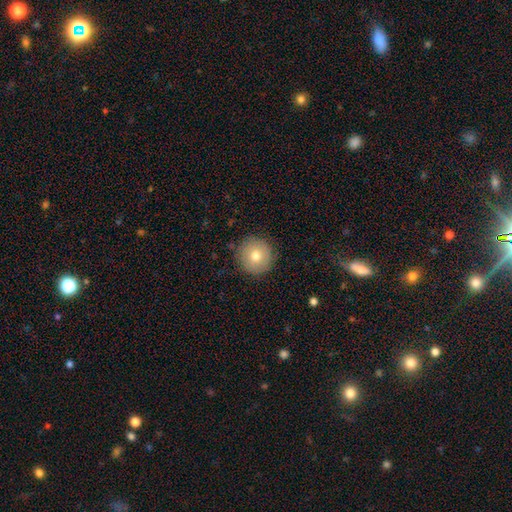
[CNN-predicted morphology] Smooth or featured?
  - smooth: 74% *
  - featured or disk: 16%
  - star or artifact: 10%
How rounded?
  - round: 95% *
  - in between: 4%
  - cigar-shaped: 1%
Merging?
  - none: 89% *
  - minor disturbance: 8%
  - major disturbance: 2%
  - merger: 1%